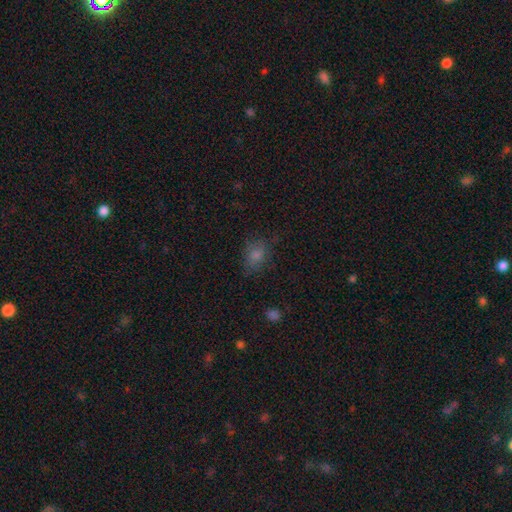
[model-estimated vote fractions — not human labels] Q: Smooth or featured?
A: smooth (74%); runner-up: star or artifact (15%)
Q: How rounded?
A: in between (64%); runner-up: round (34%)
Q: Merging?
A: none (72%); runner-up: minor disturbance (19%)